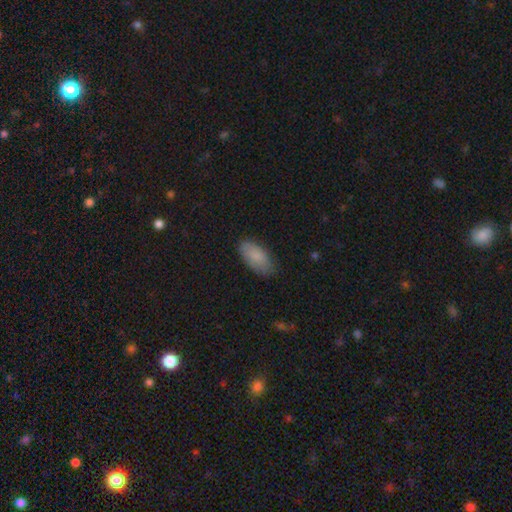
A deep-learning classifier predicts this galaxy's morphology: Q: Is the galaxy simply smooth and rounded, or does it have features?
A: smooth — 85%.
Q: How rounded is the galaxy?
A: in between — 91%.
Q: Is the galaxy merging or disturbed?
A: none — 79%.